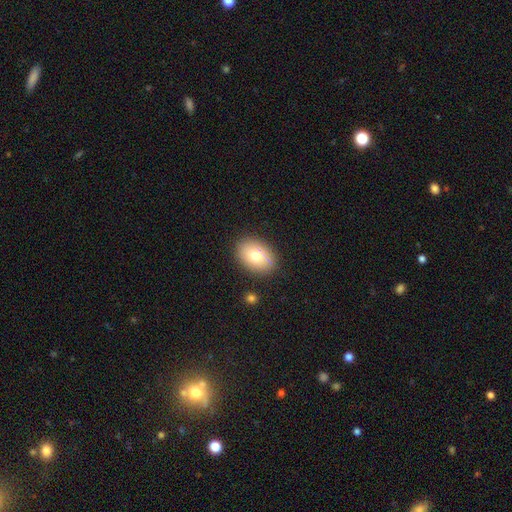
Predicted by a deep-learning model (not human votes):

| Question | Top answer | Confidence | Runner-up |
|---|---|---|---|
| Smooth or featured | smooth | 74% | featured or disk (17%) |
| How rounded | in between | 76% | round (23%) |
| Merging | none | 86% | minor disturbance (10%) |